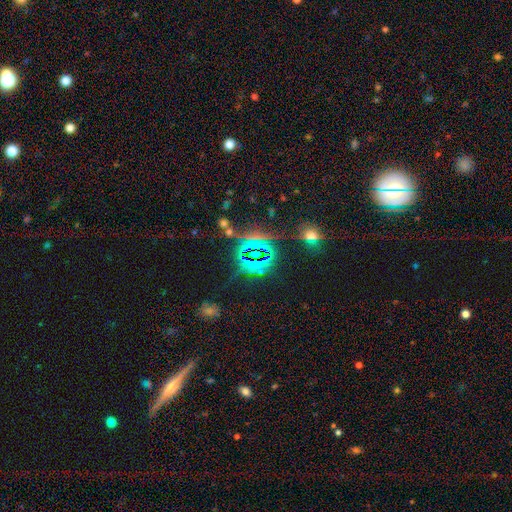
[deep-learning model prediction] star or artifact 80%, smooth 11%, featured or disk 9%.